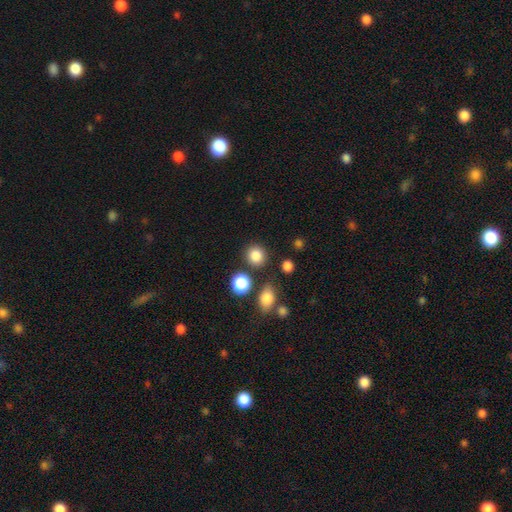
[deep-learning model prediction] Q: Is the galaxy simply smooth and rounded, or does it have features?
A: smooth — 84%.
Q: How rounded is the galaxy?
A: round — 86%.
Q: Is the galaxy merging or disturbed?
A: none — 83%.